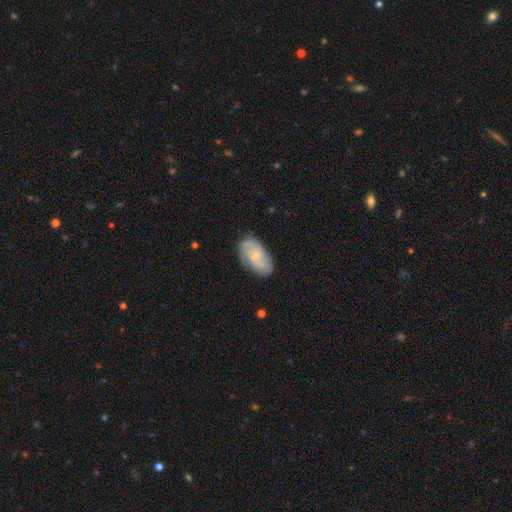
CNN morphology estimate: This appears to be a featured or disk galaxy (59%) with no bar (68%), spiral arms (85%) and a small central bulge (68%). Merging: none (73%).